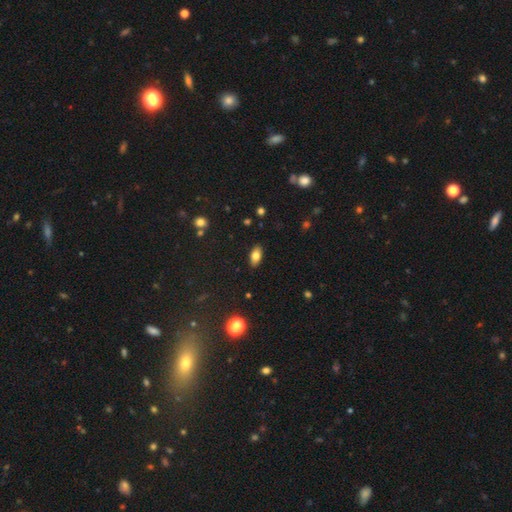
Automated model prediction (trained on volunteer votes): This appears to be a smooth galaxy with no disk features (77%) that is in between round and cigar-shaped (89%). Merging: none (88%).